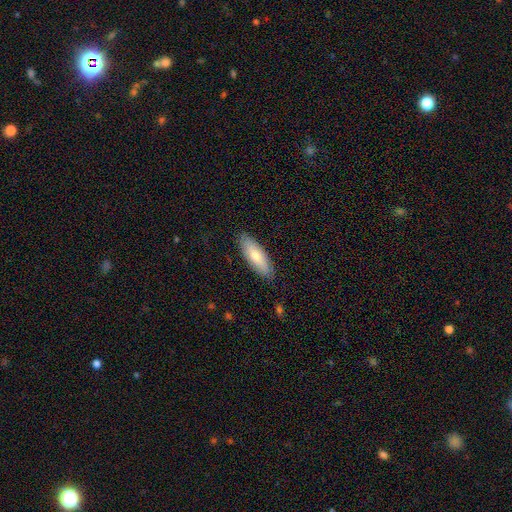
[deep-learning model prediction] This appears to be a smooth galaxy with no disk features (72%) that is in between round and cigar-shaped (63%). Merging: none (87%).